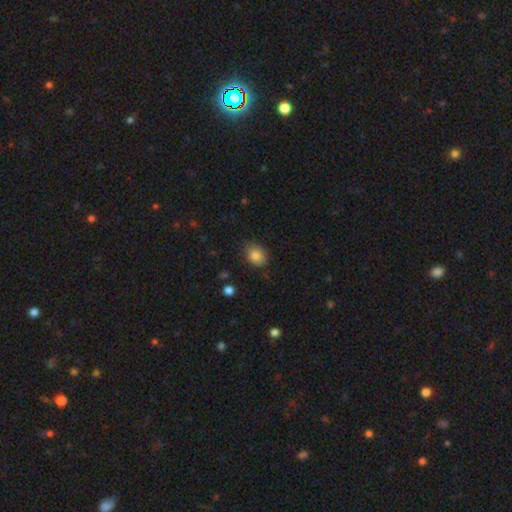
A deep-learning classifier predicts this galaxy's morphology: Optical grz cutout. It shows a smooth galaxy with no disk features (83%) that is in between round and cigar-shaped (55%). Merging: none (76%).